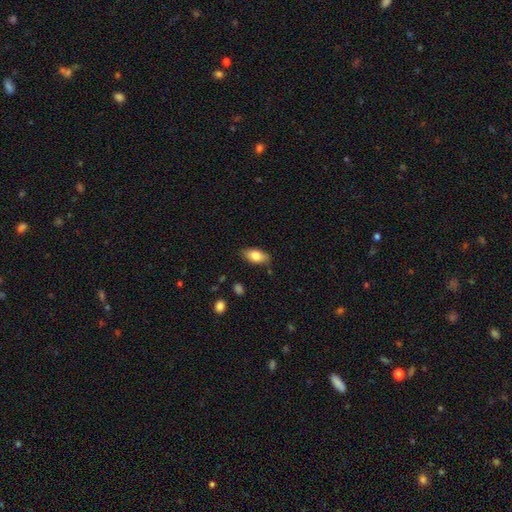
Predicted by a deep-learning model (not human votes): The model was most divided on "smooth or featured": smooth: 79%, featured or disk: 14%, star or artifact: 7%. More confident: how rounded — in between (89%); merging — none (82%).